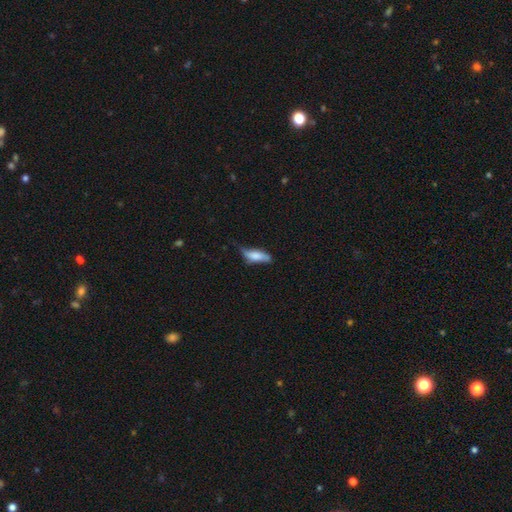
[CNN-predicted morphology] type=smooth (68%); roundness=in between (61%); merging=none (48%).